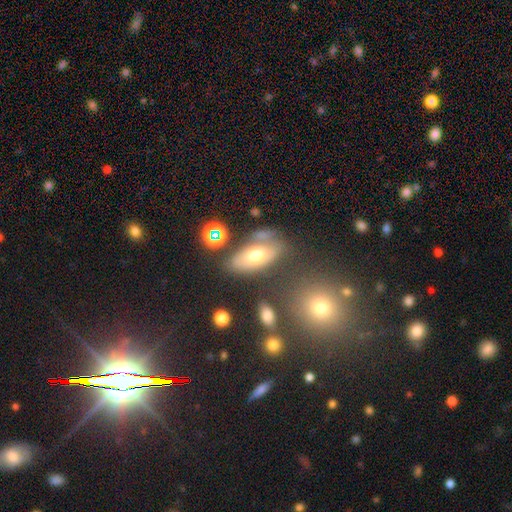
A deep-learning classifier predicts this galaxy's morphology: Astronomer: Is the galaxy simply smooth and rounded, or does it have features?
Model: smooth — 52% (runner-up: featured or disk, 36%).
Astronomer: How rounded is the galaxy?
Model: in between — 88%.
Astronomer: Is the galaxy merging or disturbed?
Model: none — 58%.